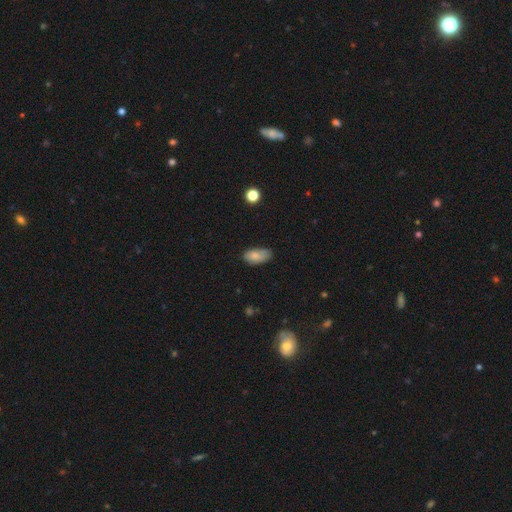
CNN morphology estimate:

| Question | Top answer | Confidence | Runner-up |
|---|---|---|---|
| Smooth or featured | smooth | 80% | featured or disk (11%) |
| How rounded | in between | 92% | round (4%) |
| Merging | none | 56% | minor disturbance (34%) |